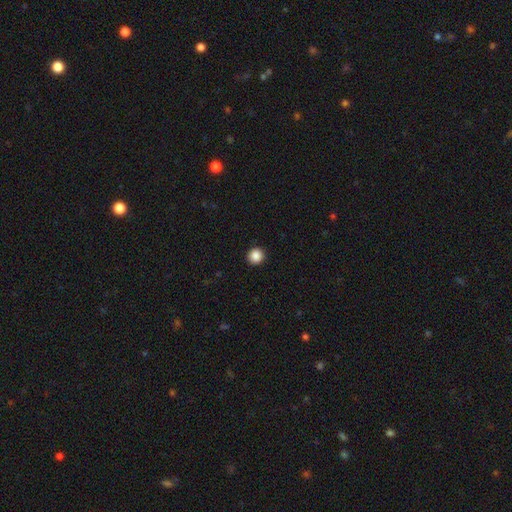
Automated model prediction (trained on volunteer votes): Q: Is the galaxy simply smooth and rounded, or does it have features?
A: smooth — 87%.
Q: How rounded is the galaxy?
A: round — 95%.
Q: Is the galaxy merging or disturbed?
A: none — 93%.